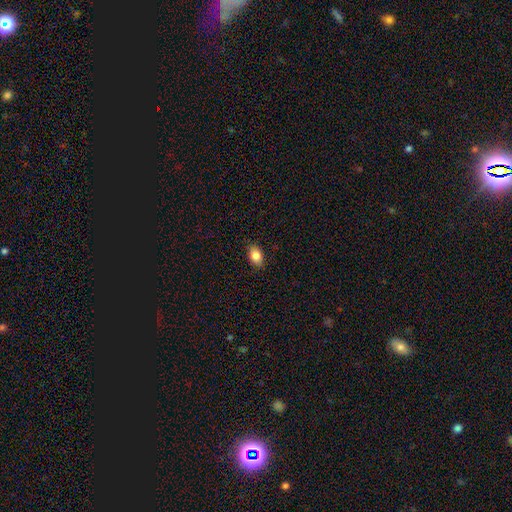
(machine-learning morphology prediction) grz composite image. It shows a smooth galaxy with no disk features (85%) that is in between round and cigar-shaped (86%). Merging: none (88%).